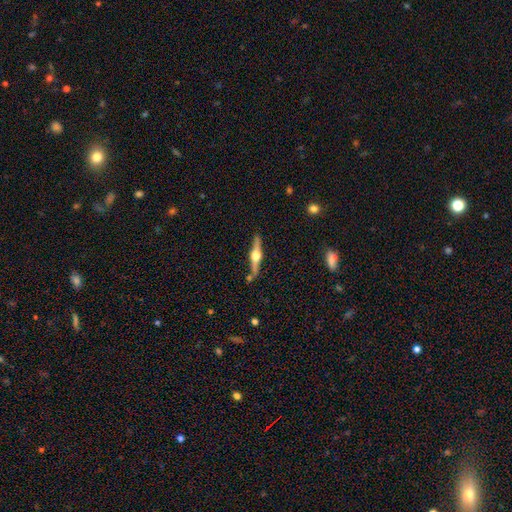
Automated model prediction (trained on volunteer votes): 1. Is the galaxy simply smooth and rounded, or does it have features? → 78% featured or disk, 17% smooth, 5% star or artifact.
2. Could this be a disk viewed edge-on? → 98% yes, 2% no.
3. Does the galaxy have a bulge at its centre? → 96% rounded, 3% boxy, 1% none.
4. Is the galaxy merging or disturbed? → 83% none, 10% minor disturbance, 4% merger, 2% major disturbance.